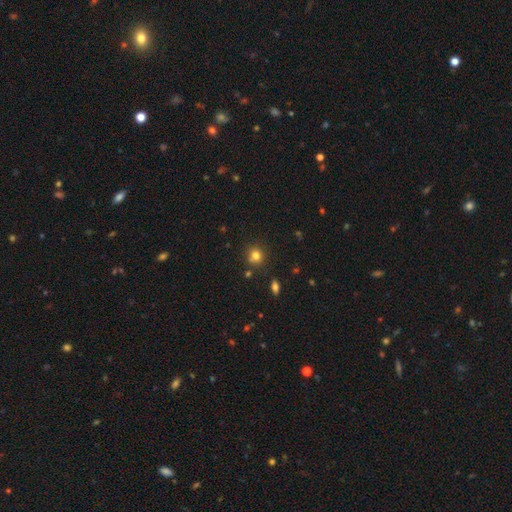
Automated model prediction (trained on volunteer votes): Smooth or featured: smooth — 79% (star or artifact — 14%)
How rounded: round — 84% (in between — 15%)
Merging: none — 79% (minor disturbance — 11%)